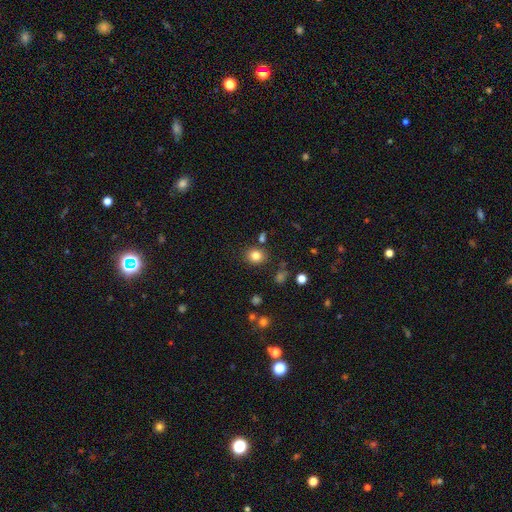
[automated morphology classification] A smooth galaxy with no disk features (82%) that is round (74%).

Vote fractions:
- Smooth or featured? smooth: 82% / star or artifact: 12% / featured or disk: 6%
- How rounded? round: 74% / in between: 25% / cigar-shaped: 1%
- Merging? none: 84% / minor disturbance: 9% / merger: 4% / major disturbance: 3%